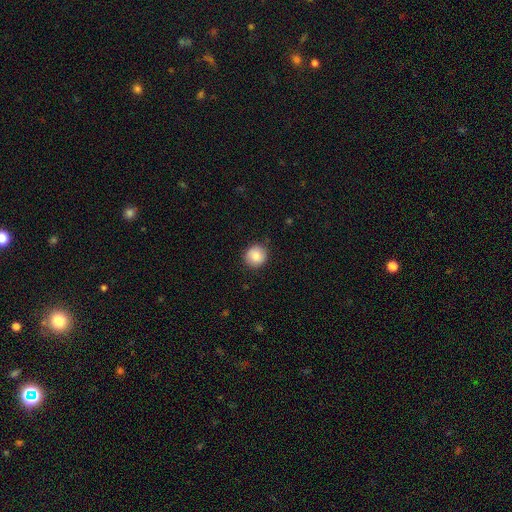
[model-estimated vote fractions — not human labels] A smooth galaxy with no disk features (85%) that is round (91%). Merging: none (87%).